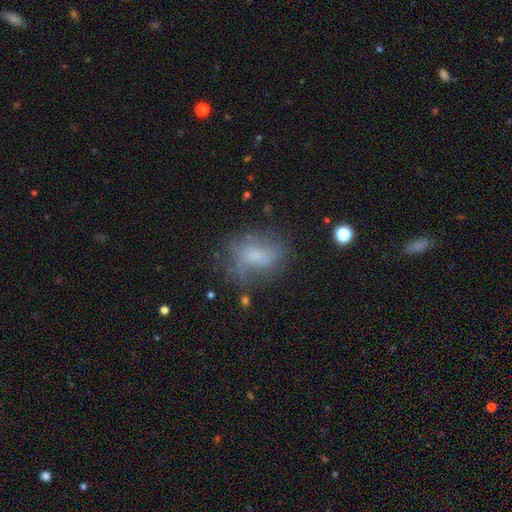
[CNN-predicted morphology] Smooth or featured?
  - smooth: 52% *
  - featured or disk: 35%
  - star or artifact: 13%
How rounded?
  - in between: 71% *
  - round: 26%
  - cigar-shaped: 3%
Merging?
  - none: 50% *
  - minor disturbance: 26%
  - major disturbance: 20%
  - merger: 4%